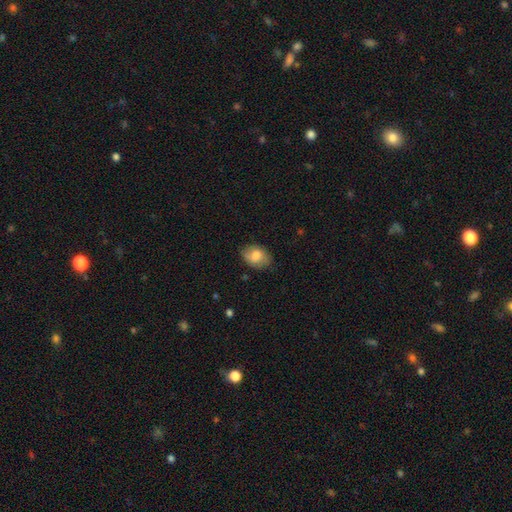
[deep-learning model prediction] Smooth or featured?
  - smooth: 74% *
  - featured or disk: 18%
  - star or artifact: 8%
How rounded?
  - in between: 75% *
  - round: 24%
  - cigar-shaped: 1%
Merging?
  - none: 72% *
  - minor disturbance: 21%
  - major disturbance: 5%
  - merger: 1%